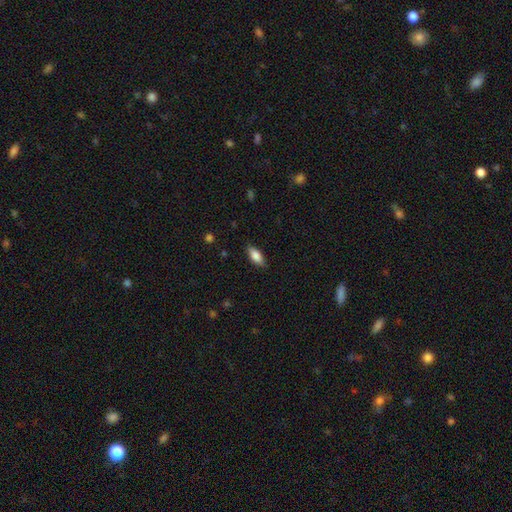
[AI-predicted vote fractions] This appears to be a smooth galaxy with no disk features (81%) that is in between round and cigar-shaped (81%). Merging: none (85%).